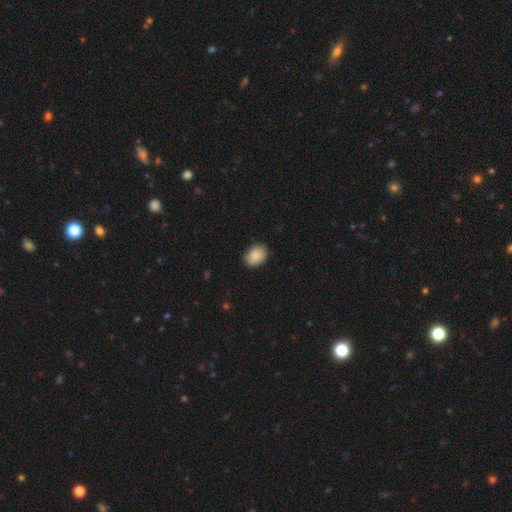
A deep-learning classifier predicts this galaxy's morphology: This is clearly a smooth galaxy (89%). How rounded: likely in between (70%). Merging: clearly none (85%).